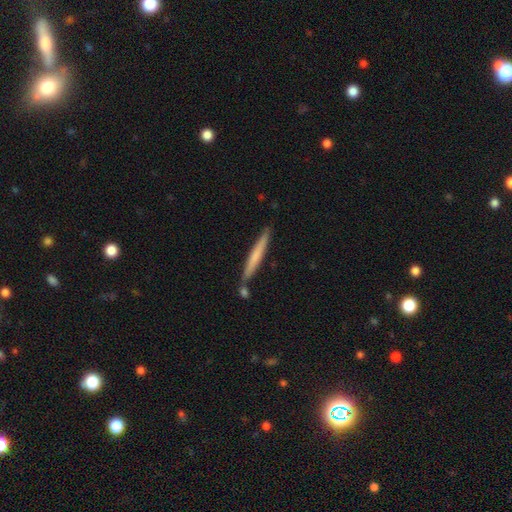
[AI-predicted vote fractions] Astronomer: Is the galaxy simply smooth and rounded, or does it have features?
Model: smooth — 58% (runner-up: featured or disk, 37%).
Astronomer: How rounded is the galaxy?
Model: cigar-shaped — 96%.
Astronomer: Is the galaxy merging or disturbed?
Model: none — 79%.